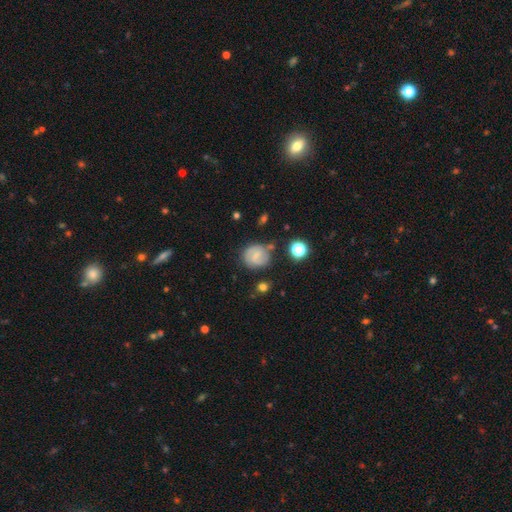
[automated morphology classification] This is possibly a featured or disk galaxy (47%). Merging: likely none (73%).